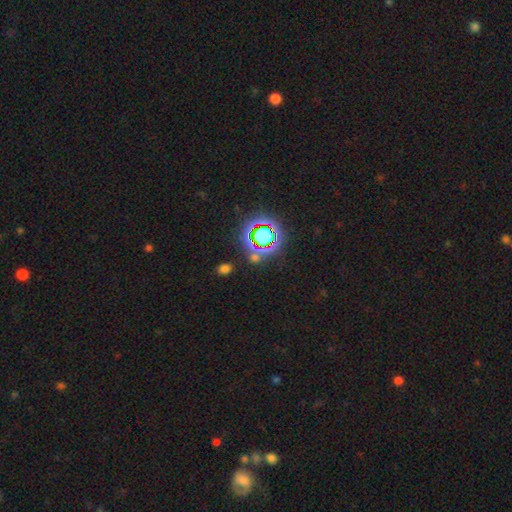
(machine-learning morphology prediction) Smooth or featured: star or artifact — 69% (smooth — 22%)